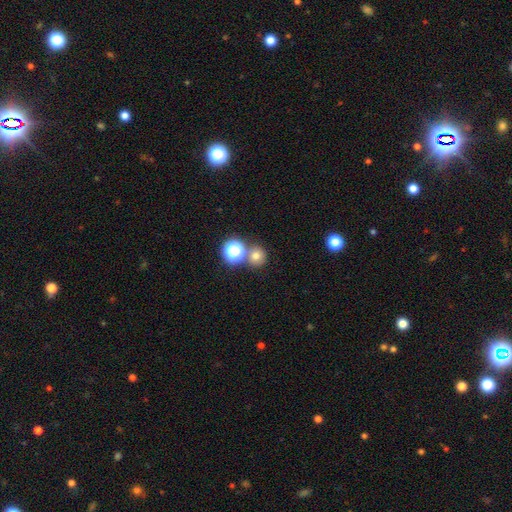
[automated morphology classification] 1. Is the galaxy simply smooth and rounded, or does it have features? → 71% smooth, 20% star or artifact, 9% featured or disk.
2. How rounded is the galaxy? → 89% round, 10% in between, 1% cigar-shaped.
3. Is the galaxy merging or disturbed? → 69% none, 20% merger, 8% minor disturbance, 3% major disturbance.